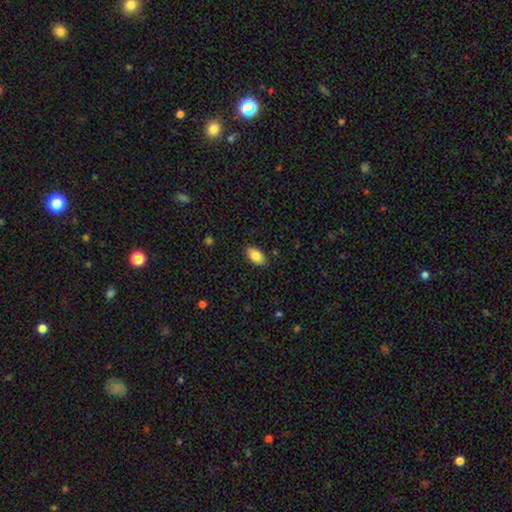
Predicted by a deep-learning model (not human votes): Smooth or featured: smooth — 84% (featured or disk — 9%)
How rounded: in between — 93% (round — 4%)
Merging: none — 88% (minor disturbance — 9%)